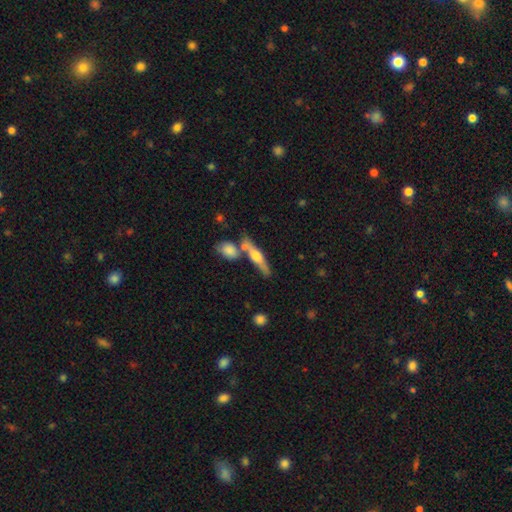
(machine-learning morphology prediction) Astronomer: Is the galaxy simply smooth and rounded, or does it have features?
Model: featured or disk — 52% (runner-up: smooth, 42%).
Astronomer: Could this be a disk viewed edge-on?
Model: yes — 92%.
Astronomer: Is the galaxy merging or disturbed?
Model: none — 64%.